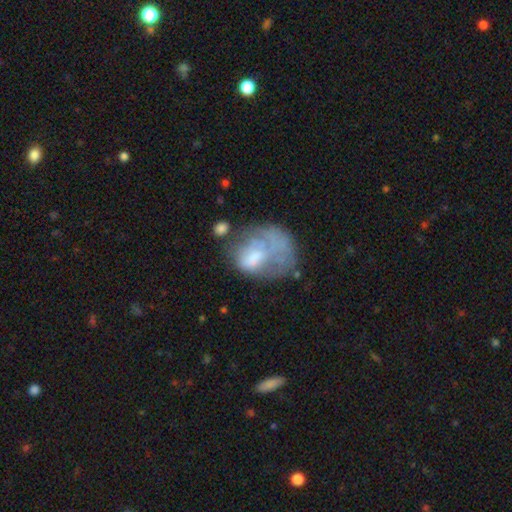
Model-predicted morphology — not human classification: A featured or disk galaxy (45%, tied with smooth).

Vote fractions:
- Smooth or featured? featured or disk: 45% (tied) / smooth: 45% (tied) / star or artifact: 10%
- Merging? major disturbance: 39% / none: 27% / minor disturbance: 22% / merger: 12%